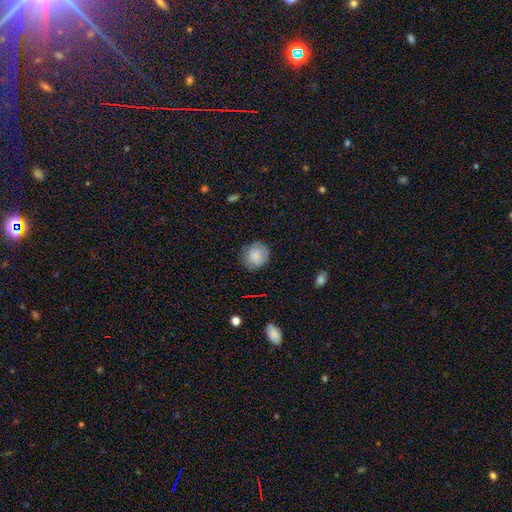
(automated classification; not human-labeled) A smooth galaxy with no disk features (83%) that is round (84%). Merging: none (78%).